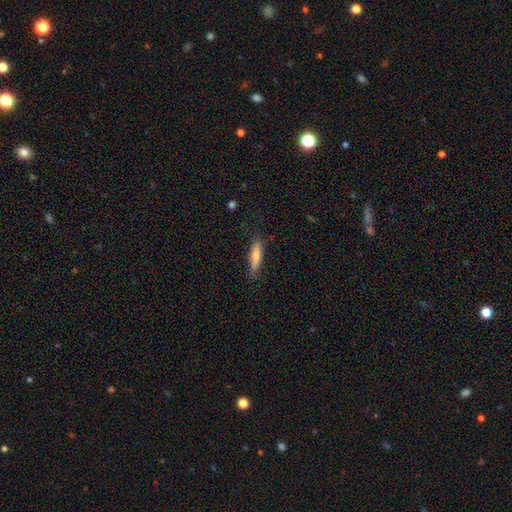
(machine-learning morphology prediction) Smooth or featured?
  - smooth: 66% *
  - featured or disk: 27%
  - star or artifact: 6%
How rounded?
  - cigar-shaped: 81% *
  - in between: 18%
  - round: 2%
Merging?
  - none: 84% *
  - minor disturbance: 12%
  - major disturbance: 2%
  - merger: 1%